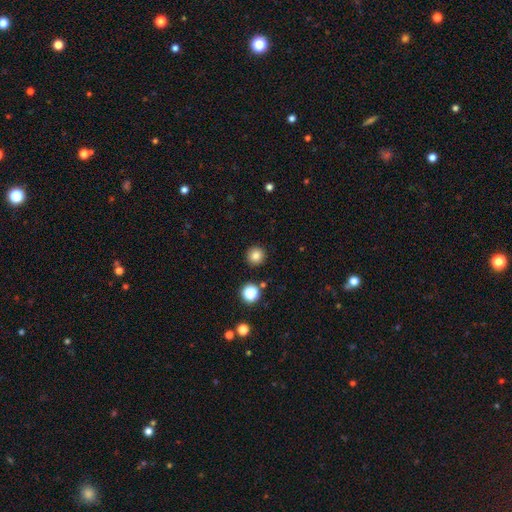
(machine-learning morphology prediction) This appears to be a smooth galaxy with no disk features (83%) that is round (94%). Merging: none (91%).